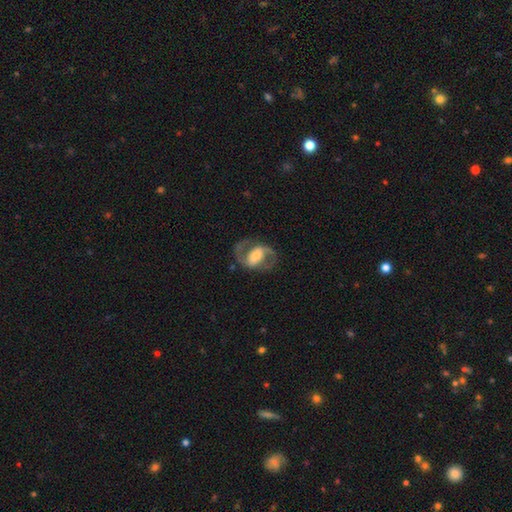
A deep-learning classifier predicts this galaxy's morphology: Overall: featured or disk (80%). Edge-on disk: no (97%). Bar: strong (43%; weak 37%). Spiral arms: yes (89%). Spiral arm count: 2 (91%). Spiral winding: medium (57%; loose 26%). Bulge size: moderate (35%; large 32%). Merging: none (76%).